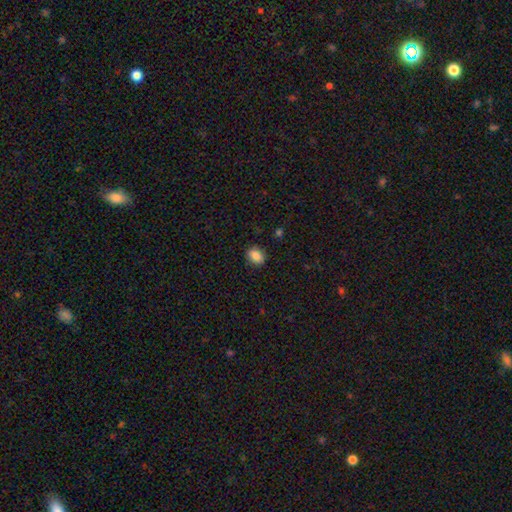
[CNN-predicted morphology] Smooth or featured?
  - smooth: 87% *
  - star or artifact: 9%
  - featured or disk: 4%
How rounded?
  - in between: 64% *
  - round: 35%
  - cigar-shaped: 1%
Merging?
  - none: 88% *
  - minor disturbance: 9%
  - major disturbance: 2%
  - merger: 1%